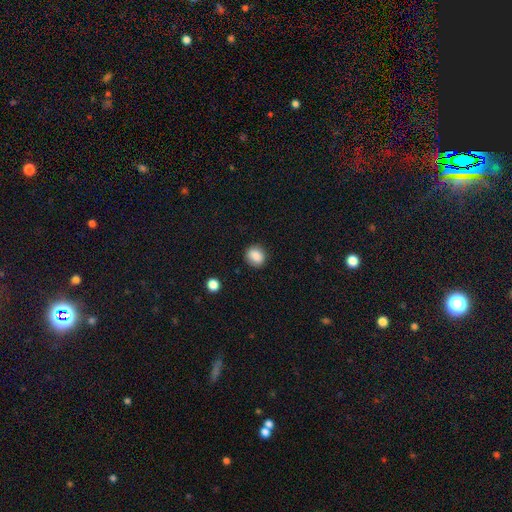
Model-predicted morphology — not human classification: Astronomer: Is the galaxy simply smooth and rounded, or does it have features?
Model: smooth — 87%.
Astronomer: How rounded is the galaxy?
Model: round — 72%.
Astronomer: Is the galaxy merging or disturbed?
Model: none — 85%.